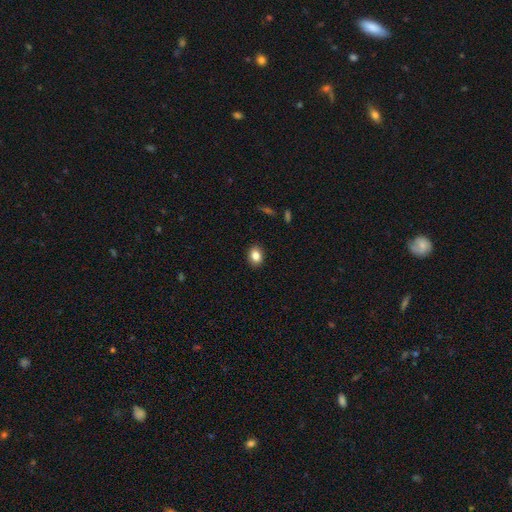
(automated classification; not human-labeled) smooth_or_featured: smooth (p=0.84) [alt: star or artifact p=0.09]
how_rounded: in between (p=0.65) [alt: round p=0.34]
merging: none (p=0.90) [alt: minor disturbance p=0.07]